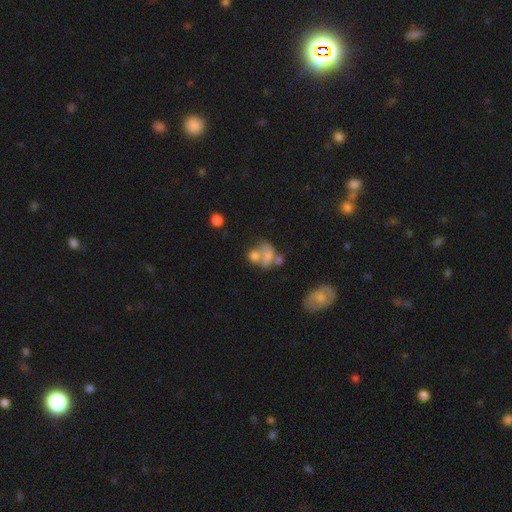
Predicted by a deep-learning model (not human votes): Morphology: type=smooth (60%); roundness=in between (54%); merging=merger (49%).